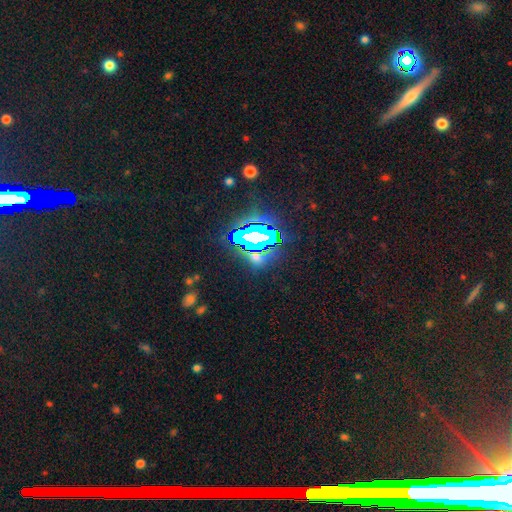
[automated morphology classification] This appears to be a star or artifact, not a galaxy (69%).